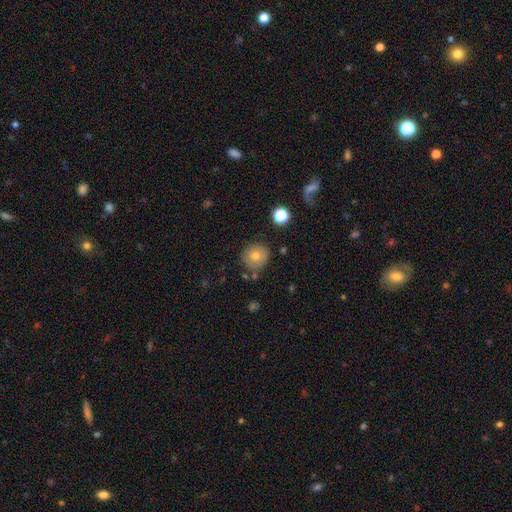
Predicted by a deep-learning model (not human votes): Q: Smooth or featured?
A: smooth (69%); runner-up: featured or disk (20%)
Q: How rounded?
A: round (93%); runner-up: in between (6%)
Q: Merging?
A: none (81%); runner-up: minor disturbance (12%)